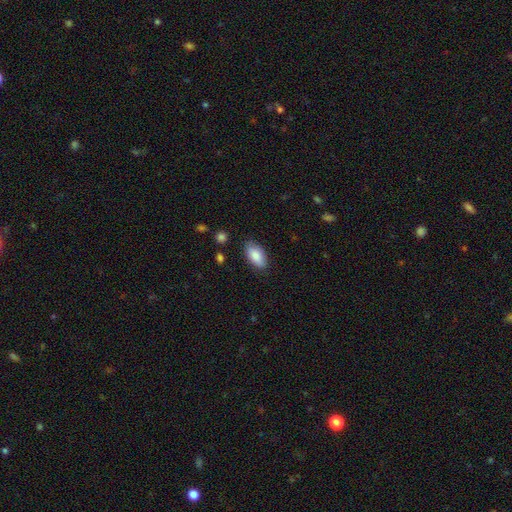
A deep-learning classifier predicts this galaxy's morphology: A smooth galaxy with no disk features (86%) that is in between round and cigar-shaped (92%).

Vote fractions:
- Smooth or featured? smooth: 86% / featured or disk: 8% / star or artifact: 6%
- How rounded? in between: 92% / cigar-shaped: 6% / round: 3%
- Merging? none: 84% / minor disturbance: 12% / major disturbance: 3% / merger: 1%